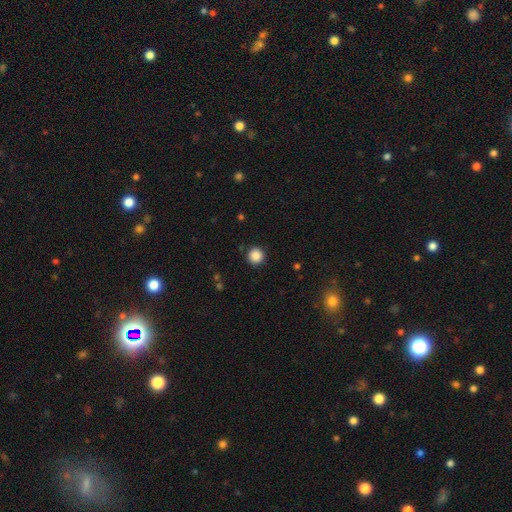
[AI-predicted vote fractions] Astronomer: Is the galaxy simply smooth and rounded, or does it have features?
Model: smooth — 87%.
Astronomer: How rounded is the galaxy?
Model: round — 95%.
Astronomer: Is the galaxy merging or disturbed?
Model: none — 92%.